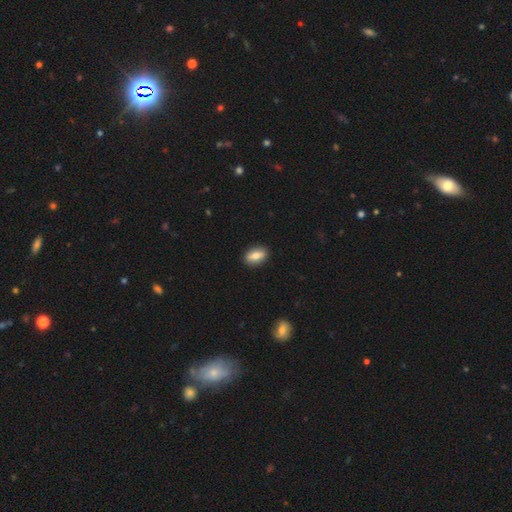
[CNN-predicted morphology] Smooth or featured?
  - smooth: 78% *
  - featured or disk: 15%
  - star or artifact: 7%
How rounded?
  - in between: 86% *
  - round: 9%
  - cigar-shaped: 5%
Merging?
  - none: 89% *
  - minor disturbance: 8%
  - major disturbance: 2%
  - merger: 1%